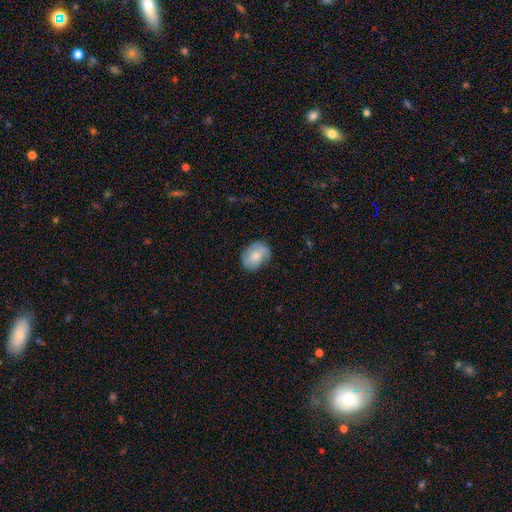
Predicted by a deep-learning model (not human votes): This appears to be a smooth galaxy with no disk features (55%) that is in between round and cigar-shaped (60%). Merging: none (63%).